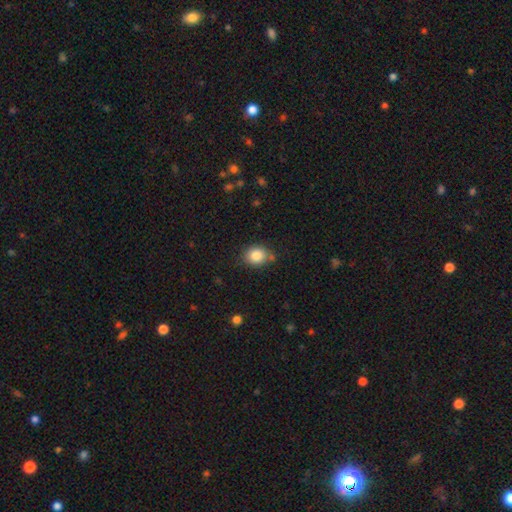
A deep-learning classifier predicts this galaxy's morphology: smooth_or_featured: smooth (p=0.84) [alt: star or artifact p=0.10]
how_rounded: round (p=0.66) [alt: in between p=0.34]
merging: none (p=0.79) [alt: minor disturbance p=0.13]